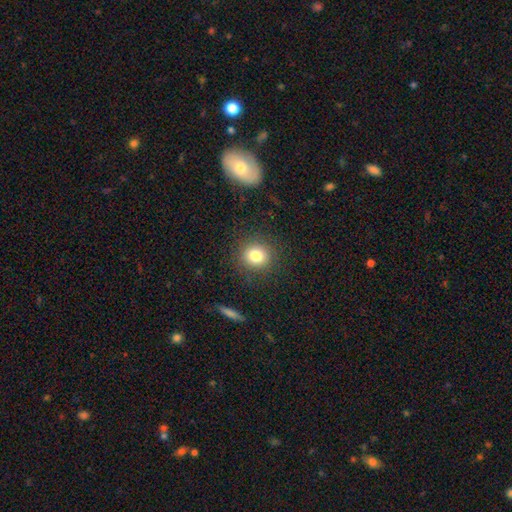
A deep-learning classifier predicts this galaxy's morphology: smooth-or-featured: smooth: 81% | star or artifact: 12% | featured or disk: 7%
  how-rounded: round: 88% | in between: 11% | cigar-shaped: 1%
  merging: none: 88% | minor disturbance: 7% | major disturbance: 3% | merger: 1%